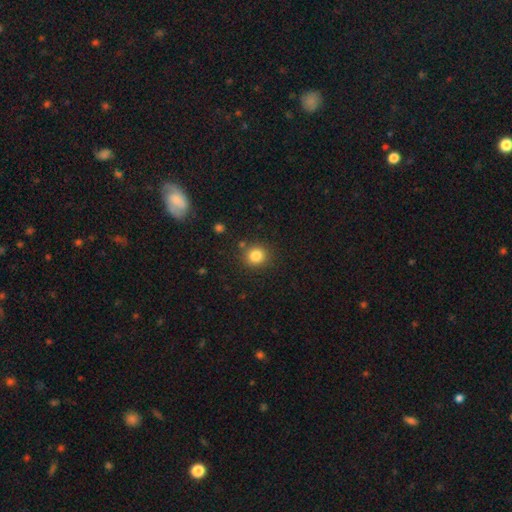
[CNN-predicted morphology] This appears to be a smooth galaxy with no disk features (83%) that is round (88%). Merging: none (85%).